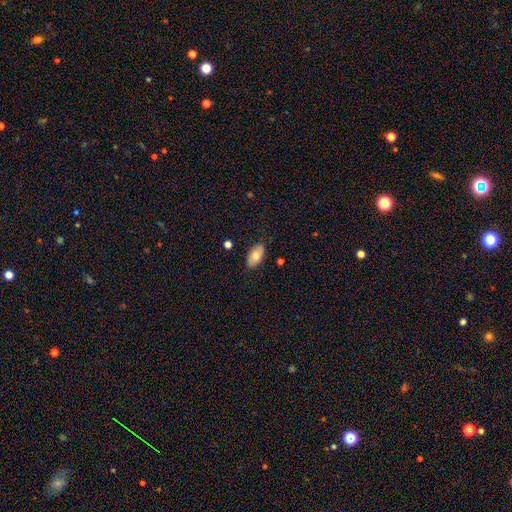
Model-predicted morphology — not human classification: Overall: smooth (73%). How rounded: in between (94%). Merging: none (85%).